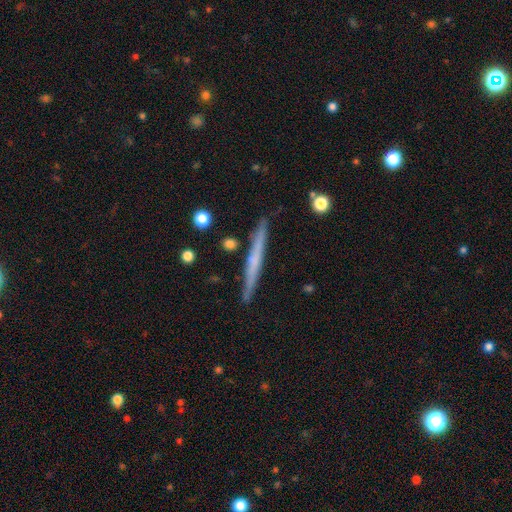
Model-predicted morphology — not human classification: smooth-or-featured: featured or disk: 51% | smooth: 43% | star or artifact: 6%
  disk-edge-on: yes: 97% | no: 3%
  merging: none: 89% | minor disturbance: 8% | merger: 2% | major disturbance: 1%